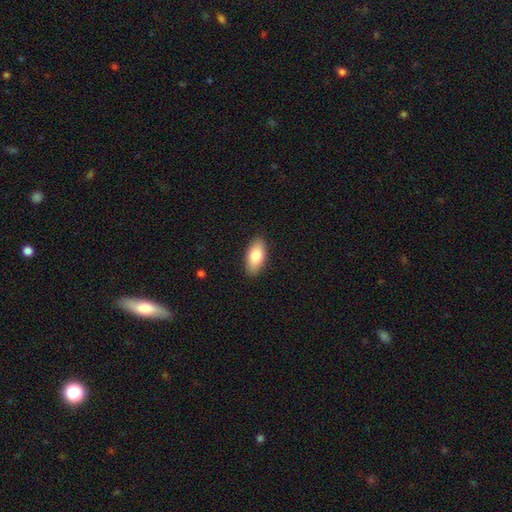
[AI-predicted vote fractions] Smooth or featured?
  - smooth: 80% *
  - featured or disk: 13%
  - star or artifact: 6%
How rounded?
  - in between: 91% *
  - cigar-shaped: 6%
  - round: 3%
Merging?
  - none: 89% *
  - minor disturbance: 8%
  - major disturbance: 2%
  - merger: 1%